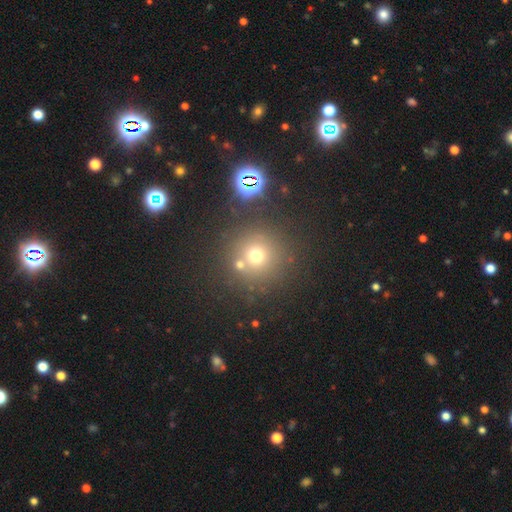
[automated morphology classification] This is likely a smooth galaxy (66%). How rounded: clearly round (94%). Merging: likely none (74%).